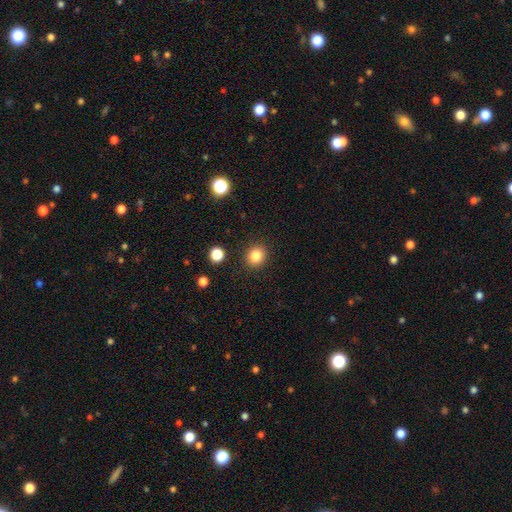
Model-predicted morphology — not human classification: This is clearly a smooth galaxy (84%). How rounded: clearly round (82%). Merging: clearly none (90%).